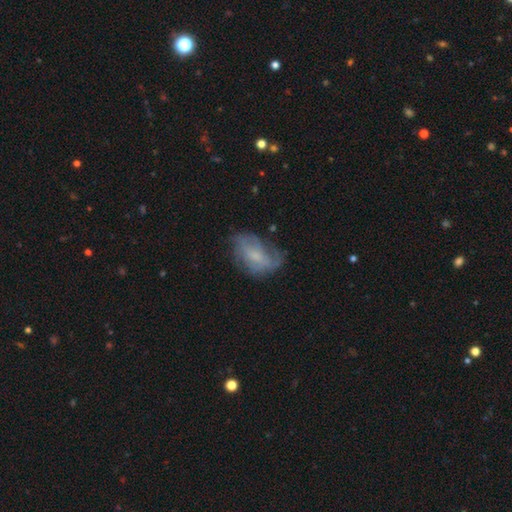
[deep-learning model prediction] The model was most divided on "smooth or featured": featured or disk: 50%, smooth: 41%, star or artifact: 9%. Remaining: edge-on disk — no (95%); merging — none (49%).